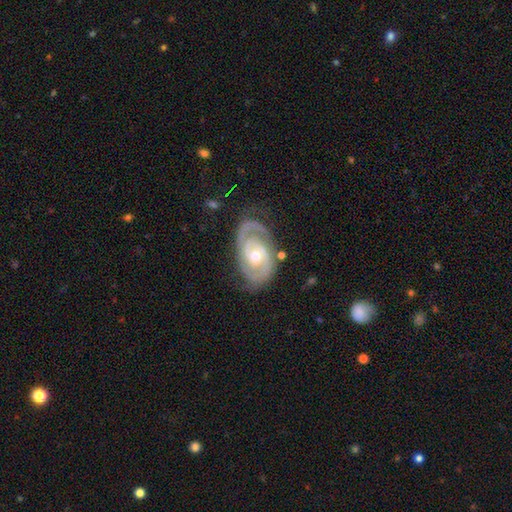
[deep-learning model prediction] Smooth or featured?
  - featured or disk: 91% *
  - smooth: 5%
  - star or artifact: 4%
Edge-on disk?
  - no: 97% *
  - yes: 3%
Bar?
  - no: 63% *
  - weak: 28%
  - strong: 9%
Spiral arms?
  - yes: 97% *
  - no: 3%
Spiral winding?
  - tight: 65% *
  - medium: 29%
  - loose: 5%
Spiral arm count?
  - 2: 85% *
  - can't tell: 5%
  - 3: 4%
  - 1: 3%
  - 4: 1%
  - more than 4: 1%
Bulge size?
  - moderate: 58% *
  - small: 38%
  - large: 2%
  - none: 1%
  - dominant: 1%
Merging?
  - none: 76% *
  - minor disturbance: 16%
  - major disturbance: 6%
  - merger: 2%